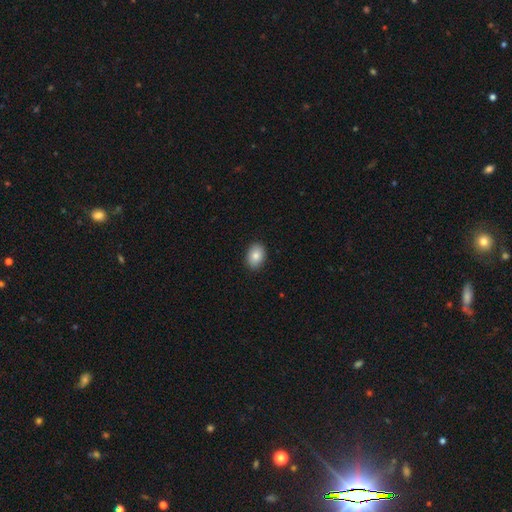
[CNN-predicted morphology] smooth 84%, featured or disk 8%, star or artifact 8%. Down the decision tree: how rounded — in between (77%); merging — none (90%).